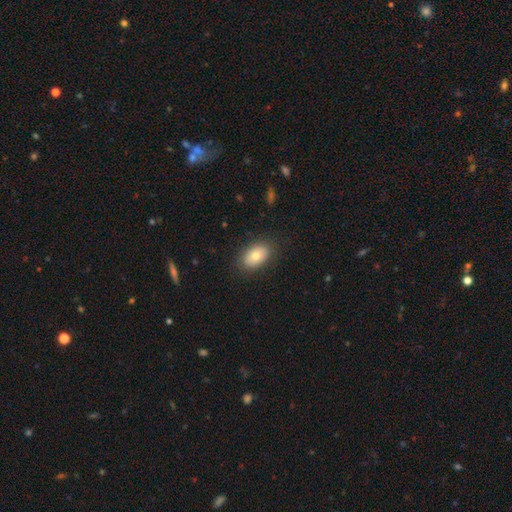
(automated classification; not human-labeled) smooth 76%, featured or disk 17%, star or artifact 8%. Down the decision tree: how rounded — in between (89%); merging — none (85%).